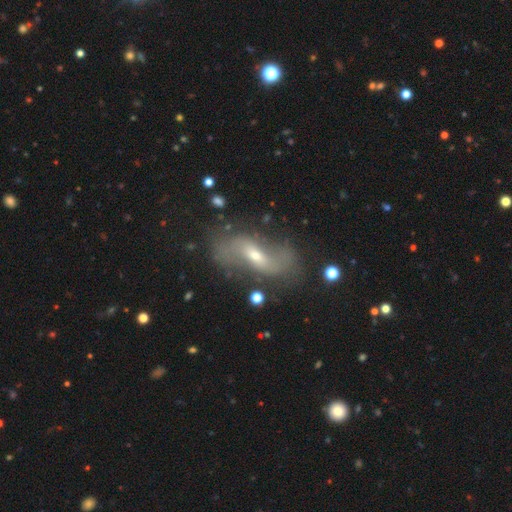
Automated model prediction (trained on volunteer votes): Smooth or featured? Predicted: featured or disk (p=0.72). Edge-on disk? Predicted: no (p=0.89). Bar? Predicted: weak (p=0.43). Spiral arms? Predicted: yes (p=0.78). Spiral winding? Predicted: loose (p=0.68). Spiral arm count? Predicted: 2 (p=0.84). Bulge size? Predicted: small (p=0.55). Merging? Predicted: none (p=0.64).